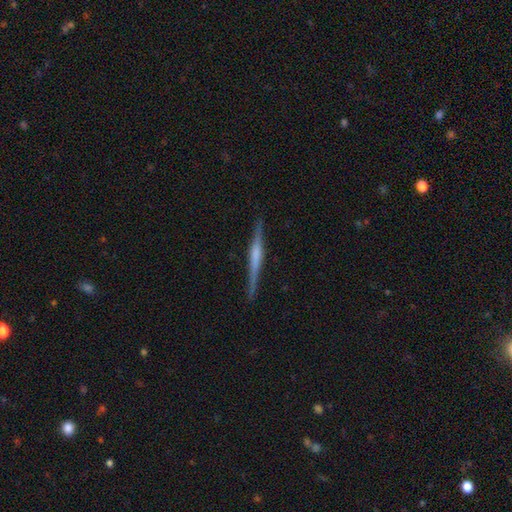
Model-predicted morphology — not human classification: Smooth or featured? featured or disk (72%)
Edge-on disk? yes (98%)
Edge-on bulge? rounded (42%)
Merging? none (90%)